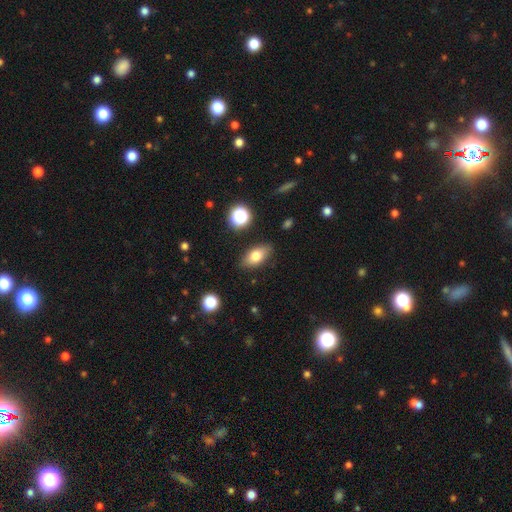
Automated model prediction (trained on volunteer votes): Smooth or featured? Predicted: smooth (p=0.76). How rounded? Predicted: in between (p=0.85). Merging? Predicted: none (p=0.85).